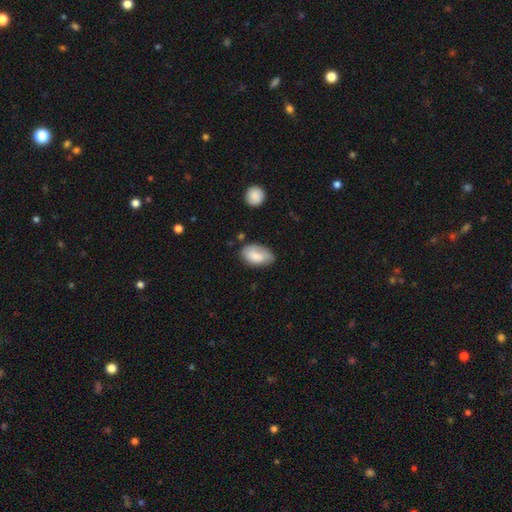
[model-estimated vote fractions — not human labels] Morphology: type=smooth (80%); roundness=in between (93%); merging=none (60%).